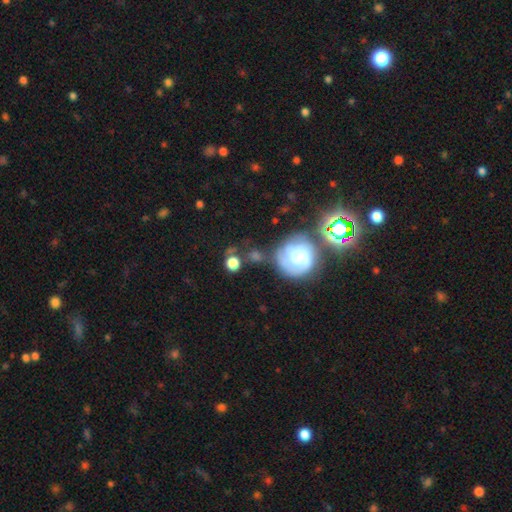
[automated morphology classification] Smooth or featured? featured or disk (44%)
Merging? none (57%)